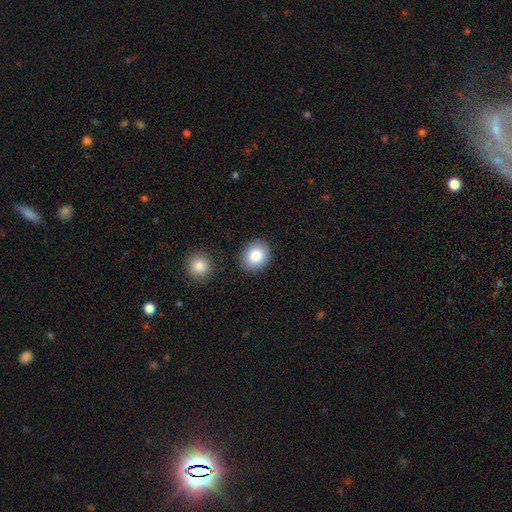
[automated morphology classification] Smooth or featured: smooth — 84% (star or artifact — 9%)
How rounded: round — 63% (in between — 36%)
Merging: none — 86% (minor disturbance — 8%)